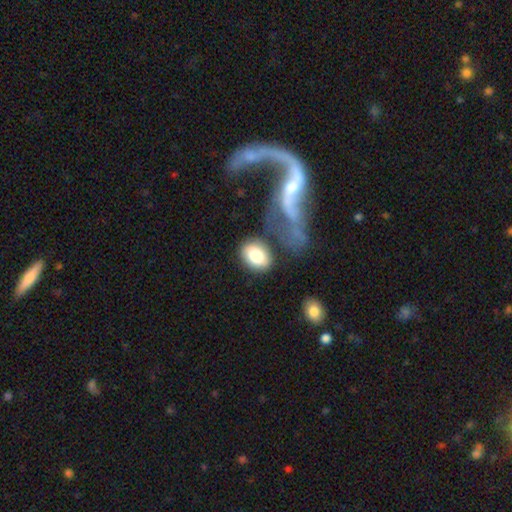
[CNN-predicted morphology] smooth 82%, featured or disk 11%, star or artifact 7%. Down the decision tree: how rounded — in between (75%); merging — none (61%).